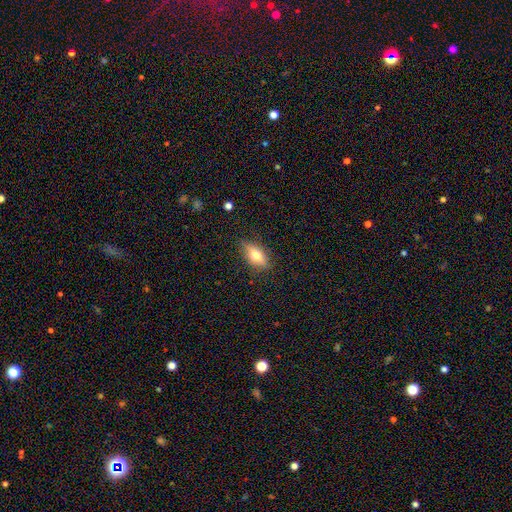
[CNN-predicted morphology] type=smooth (59%); roundness=in between (76%); merging=none (83%).